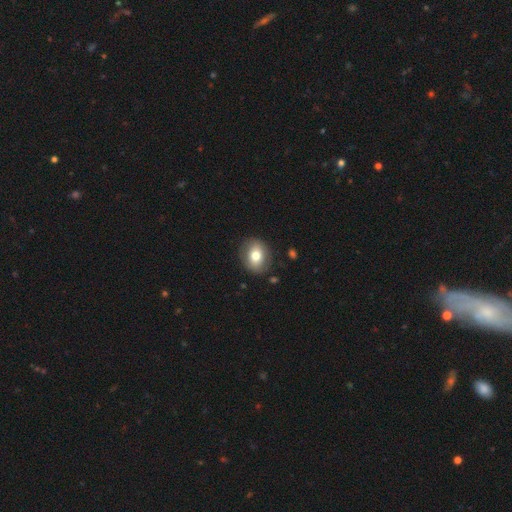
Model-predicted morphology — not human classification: Smooth or featured? Predicted: smooth (p=0.72). How rounded? Predicted: in between (p=0.51). Merging? Predicted: none (p=0.84).